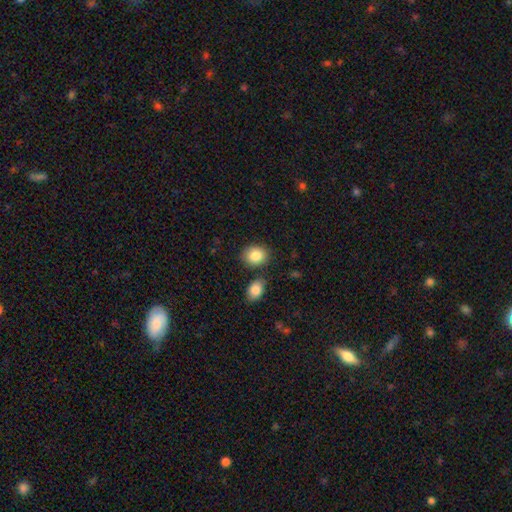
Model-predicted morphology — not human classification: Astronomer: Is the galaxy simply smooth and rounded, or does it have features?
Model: smooth — 85%.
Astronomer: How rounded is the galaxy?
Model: round — 53% (runner-up: in between, 46%).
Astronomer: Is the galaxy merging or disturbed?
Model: none — 79%.